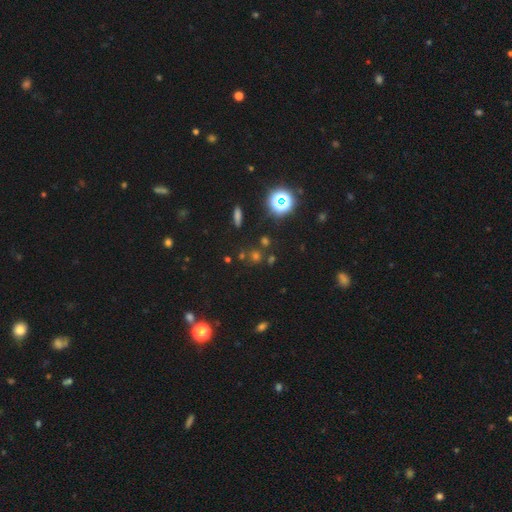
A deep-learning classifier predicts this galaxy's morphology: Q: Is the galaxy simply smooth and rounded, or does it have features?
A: star or artifact — 50%.